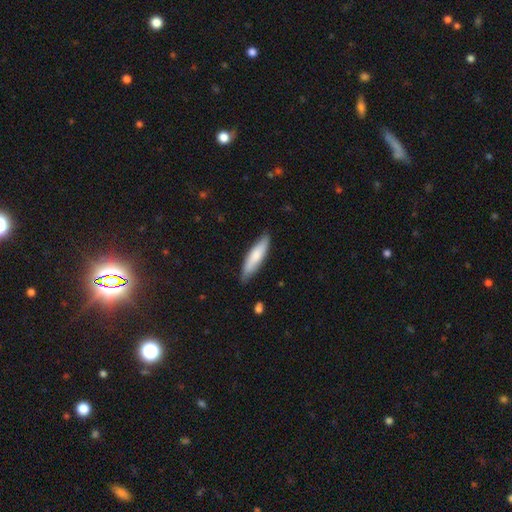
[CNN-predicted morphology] type=smooth (76%); roundness=cigar-shaped (72%); merging=none (82%).